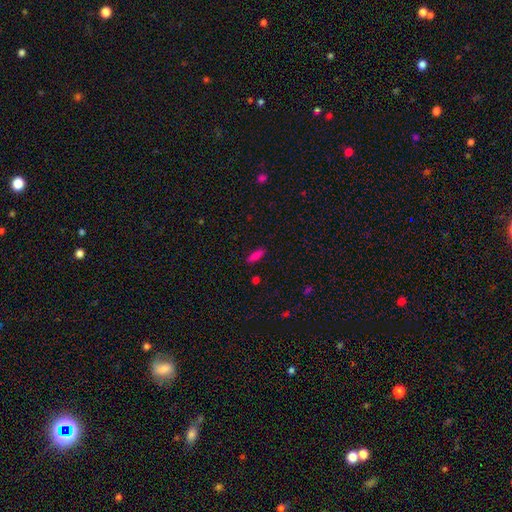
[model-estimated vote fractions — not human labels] The model was most divided on "how rounded": in between: 57%, cigar-shaped: 41%, round: 2%. More confident: merging — none (86%); smooth or featured — smooth (82%).